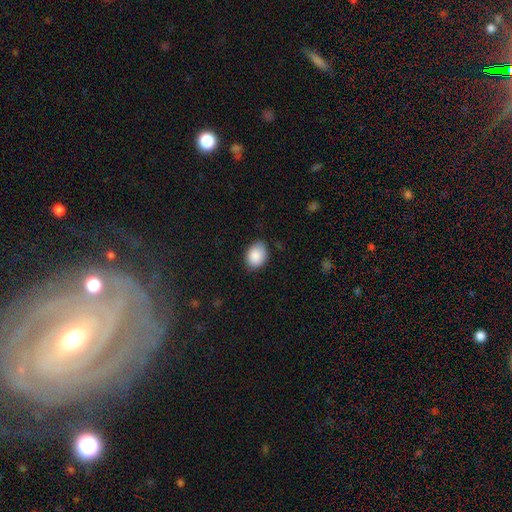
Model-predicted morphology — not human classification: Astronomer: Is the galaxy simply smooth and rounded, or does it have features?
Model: smooth — 89%.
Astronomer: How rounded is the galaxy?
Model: in between — 71%.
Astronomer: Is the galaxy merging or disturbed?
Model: none — 76%.